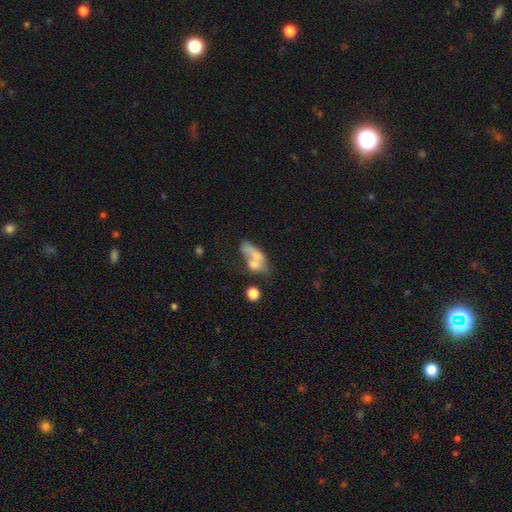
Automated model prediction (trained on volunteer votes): Smooth or featured: smooth — 52% (featured or disk — 36%)
How rounded: in between — 64% (cigar-shaped — 23%)
Merging: merger — 44% (none — 25%)